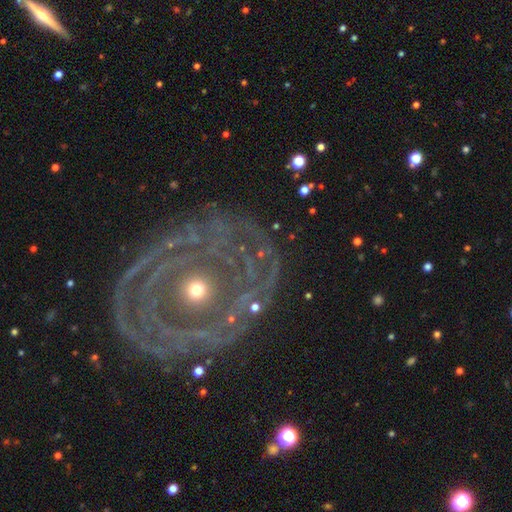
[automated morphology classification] Smooth or featured? featured or disk (85%)
Edge-on disk? no (96%)
Bar? no (78%)
Spiral arms? yes (82%)
Spiral winding? tight (79%)
Spiral arm count? can't tell (36%)
Bulge size? small (50%)
Merging? none (78%)